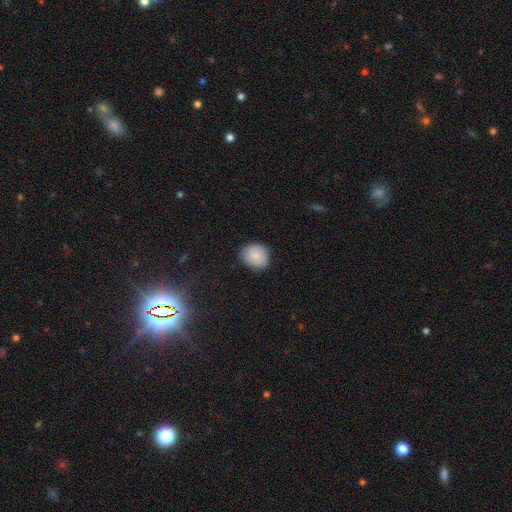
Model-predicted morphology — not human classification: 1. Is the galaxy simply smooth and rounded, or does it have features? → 87% smooth, 7% star or artifact, 5% featured or disk.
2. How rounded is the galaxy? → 62% round, 37% in between, 1% cigar-shaped.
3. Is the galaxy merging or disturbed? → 83% none, 13% minor disturbance, 3% major disturbance, 1% merger.